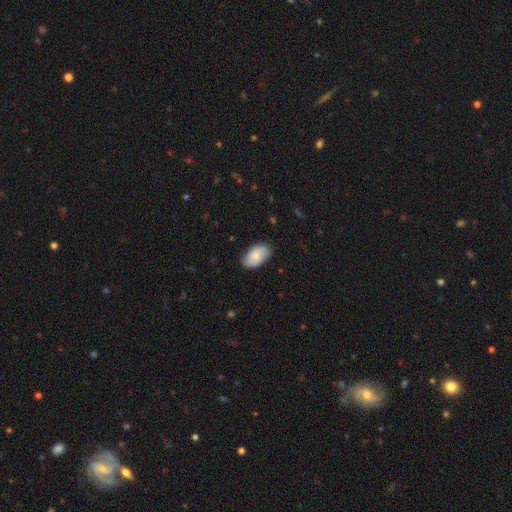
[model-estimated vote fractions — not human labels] This appears to be a smooth galaxy with no disk features (68%) that is in between round and cigar-shaped (94%). Merging: none (79%).